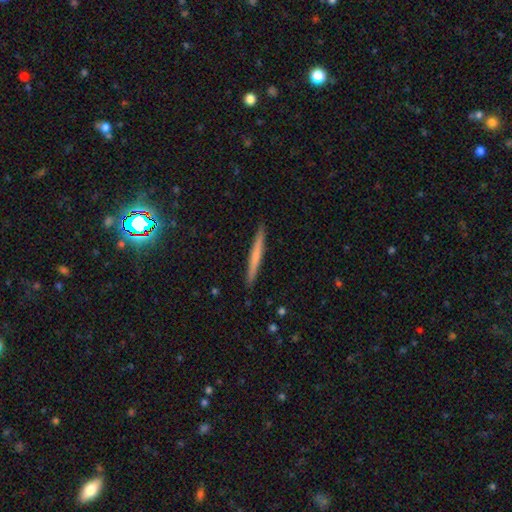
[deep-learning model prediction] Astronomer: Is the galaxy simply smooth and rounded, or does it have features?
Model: smooth — 59%.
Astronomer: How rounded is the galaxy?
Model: cigar-shaped — 97%.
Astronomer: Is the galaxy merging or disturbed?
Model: none — 92%.